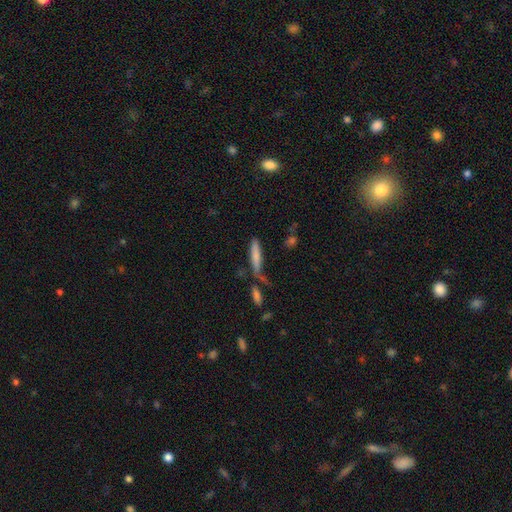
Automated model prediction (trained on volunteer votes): Overall: smooth (74%). How rounded: cigar-shaped (83%). Merging: none (59%).